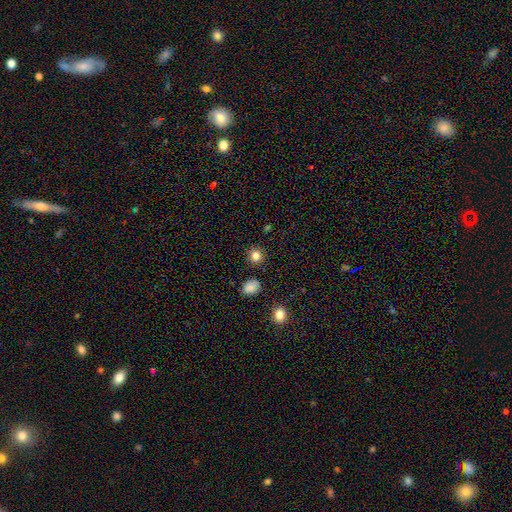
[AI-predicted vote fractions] smooth_or_featured: smooth (p=0.83) [alt: star or artifact p=0.12]
how_rounded: round (p=0.88) [alt: in between p=0.11]
merging: none (p=0.90) [alt: minor disturbance p=0.06]